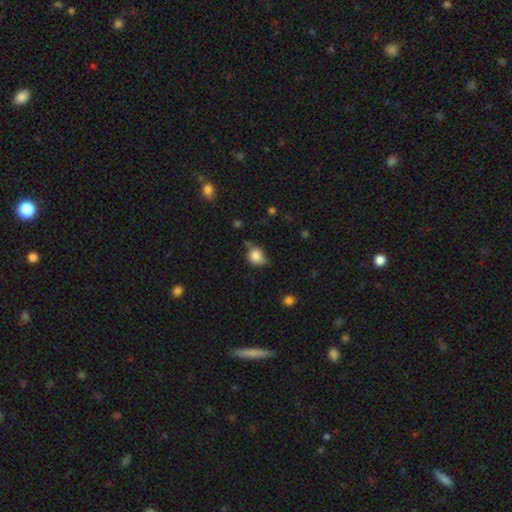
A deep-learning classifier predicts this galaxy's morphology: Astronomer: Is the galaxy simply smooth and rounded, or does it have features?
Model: smooth — 78%.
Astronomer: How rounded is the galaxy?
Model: round — 64%.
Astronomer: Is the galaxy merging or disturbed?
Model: none — 49% (runner-up: minor disturbance, 36%).